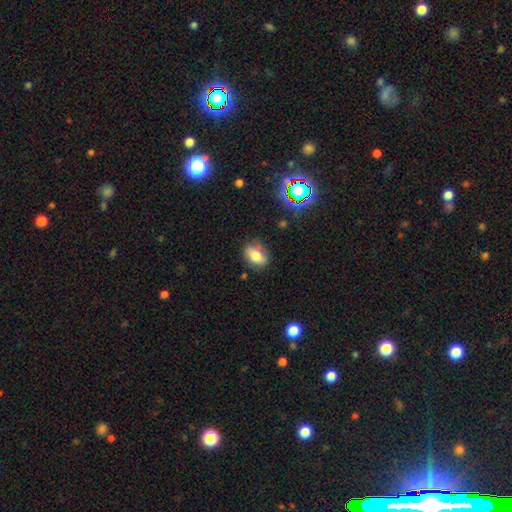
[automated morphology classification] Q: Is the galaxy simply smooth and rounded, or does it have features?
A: smooth — 75%.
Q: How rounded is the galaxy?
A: in between — 76%.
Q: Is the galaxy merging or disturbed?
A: none — 73%.